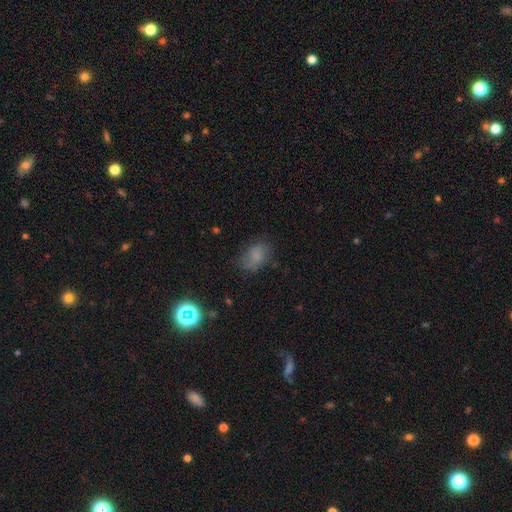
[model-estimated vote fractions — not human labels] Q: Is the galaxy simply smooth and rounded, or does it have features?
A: smooth — 73%.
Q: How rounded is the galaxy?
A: in between — 80%.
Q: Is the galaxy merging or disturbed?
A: none — 63%.